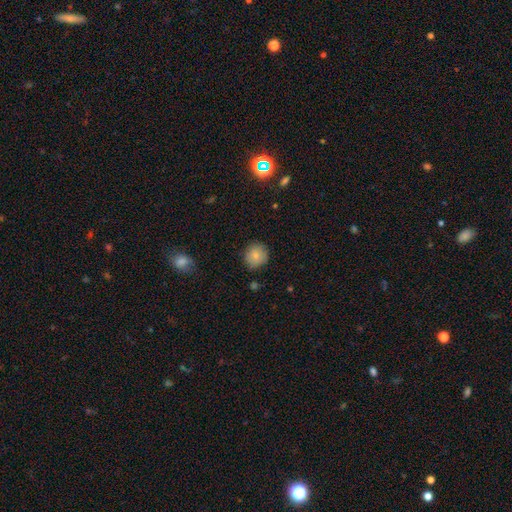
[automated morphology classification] Overall: smooth (81%). How rounded: round (85%). Merging: none (81%).